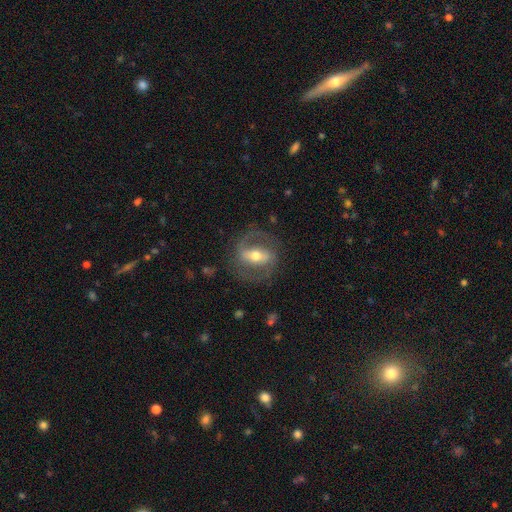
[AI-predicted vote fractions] Q: Smooth or featured?
A: featured or disk (78%); runner-up: smooth (17%)
Q: Edge-on disk?
A: no (92%); runner-up: yes (8%)
Q: Bar?
A: strong (57%); runner-up: weak (29%)
Q: Spiral arms?
A: yes (79%); runner-up: no (21%)
Q: Spiral winding?
A: medium (51%); runner-up: tight (26%)
Q: Spiral arm count?
A: 2 (82%); runner-up: 1 (8%)
Q: Bulge size?
A: moderate (69%); runner-up: small (21%)
Q: Merging?
A: none (74%); runner-up: minor disturbance (14%)